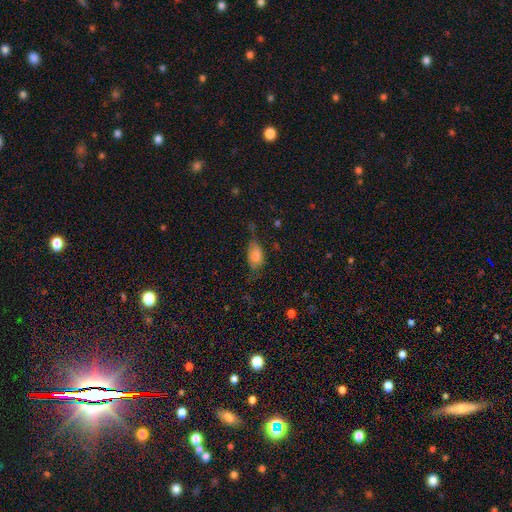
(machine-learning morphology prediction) type=smooth (73%); roundness=in between (88%); merging=none (49%).